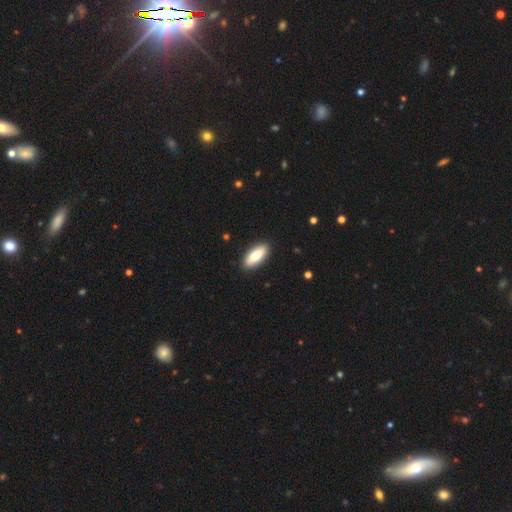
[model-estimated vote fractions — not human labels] Smooth or featured? Predicted: smooth (p=0.76). How rounded? Predicted: in between (p=0.83). Merging? Predicted: none (p=0.90).